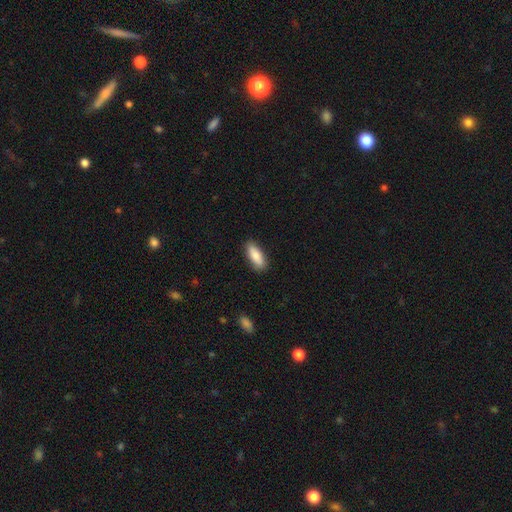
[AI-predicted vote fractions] Smooth or featured? Predicted: smooth (p=0.84). How rounded? Predicted: in between (p=0.72). Merging? Predicted: none (p=0.86).